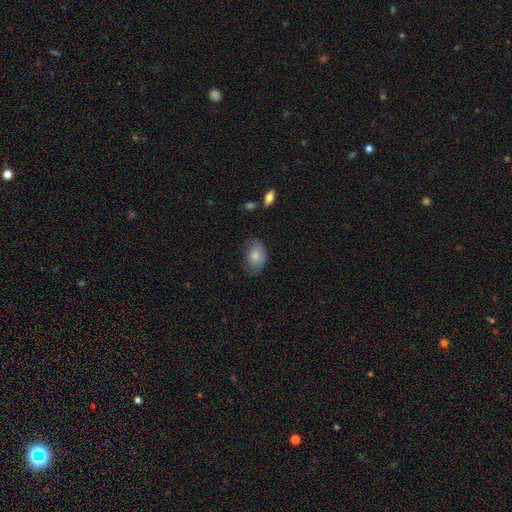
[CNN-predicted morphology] Overall: smooth (80%). How rounded: in between (86%). Merging: none (68%).